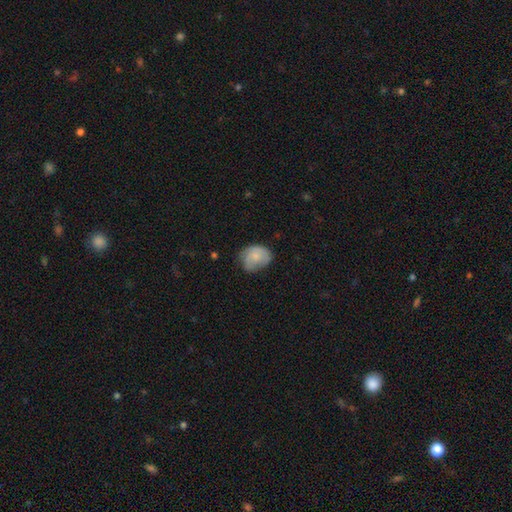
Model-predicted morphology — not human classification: This appears to be a smooth galaxy with no disk features (66%) that is in between round and cigar-shaped (57%). Merging: none (50%).